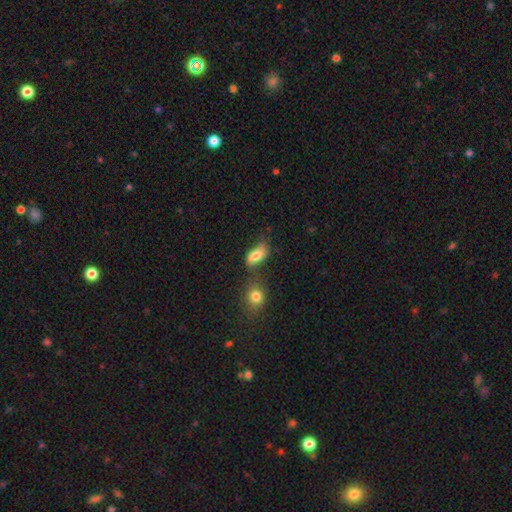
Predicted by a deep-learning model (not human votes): smooth_or_featured: smooth (p=0.76) [alt: featured or disk p=0.14]
how_rounded: in between (p=0.85) [alt: round p=0.08]
merging: none (p=0.44) [alt: merger p=0.25]